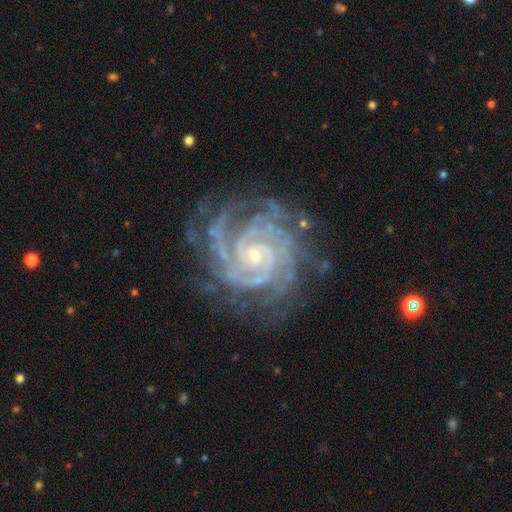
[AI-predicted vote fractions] Overall: featured or disk (92%). Edge-on disk: no (98%). Bar: no (67%). Spiral arms: yes (99%). Spiral arm count: 2 (26%; 3 23%). Spiral winding: tight (78%). Bulge size: small (78%). Merging: none (72%).